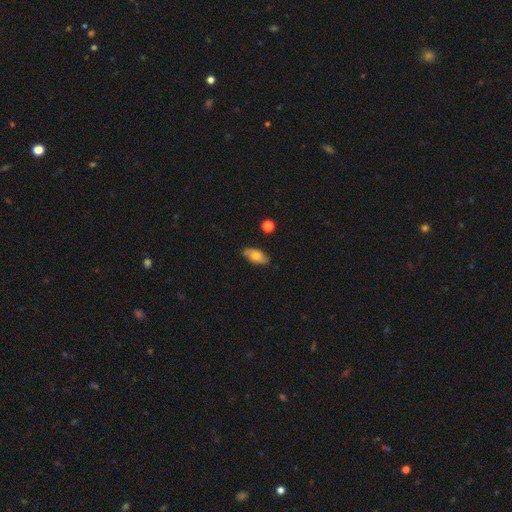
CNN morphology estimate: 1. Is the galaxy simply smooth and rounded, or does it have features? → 63% smooth, 29% featured or disk, 7% star or artifact.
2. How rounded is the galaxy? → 88% in between, 8% cigar-shaped, 4% round.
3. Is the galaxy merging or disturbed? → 84% none, 12% minor disturbance, 2% major disturbance, 2% merger.